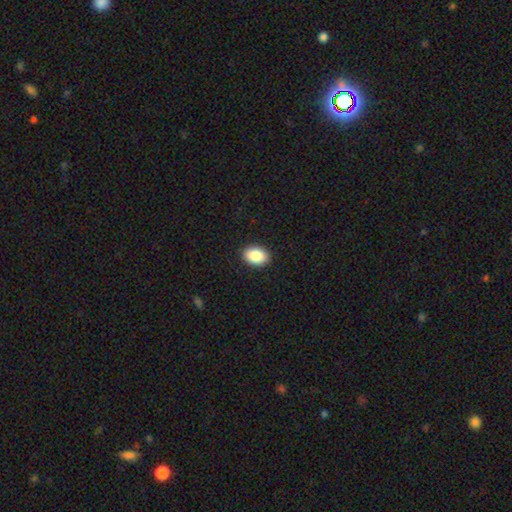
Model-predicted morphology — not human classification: Overall: smooth (88%). How rounded: in between (84%). Merging: none (91%).